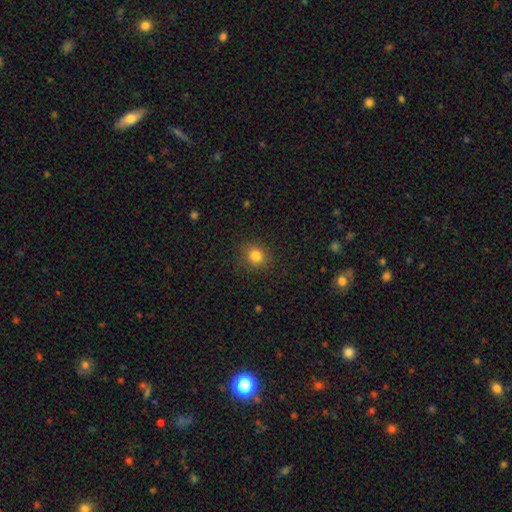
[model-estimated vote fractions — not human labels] A smooth galaxy with no disk features (82%) that is round (79%).

Vote fractions:
- Smooth or featured? smooth: 82% / star or artifact: 12% / featured or disk: 6%
- How rounded? round: 79% / in between: 20% / cigar-shaped: 1%
- Merging? none: 87% / minor disturbance: 9% / major disturbance: 3% / merger: 1%